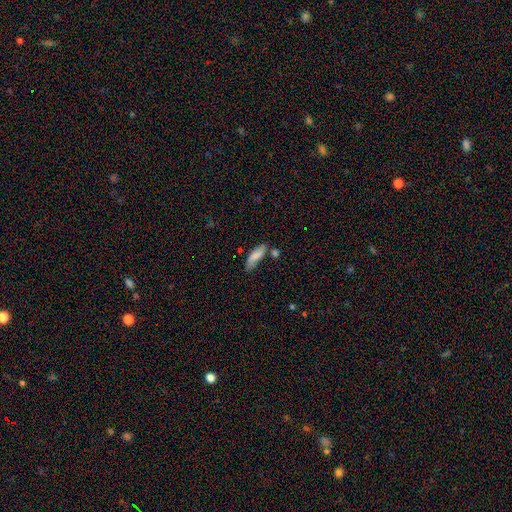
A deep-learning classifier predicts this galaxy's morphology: smooth 78%, featured or disk 15%, star or artifact 7%. Down the decision tree: how rounded — in between (51%); merging — none (59%).